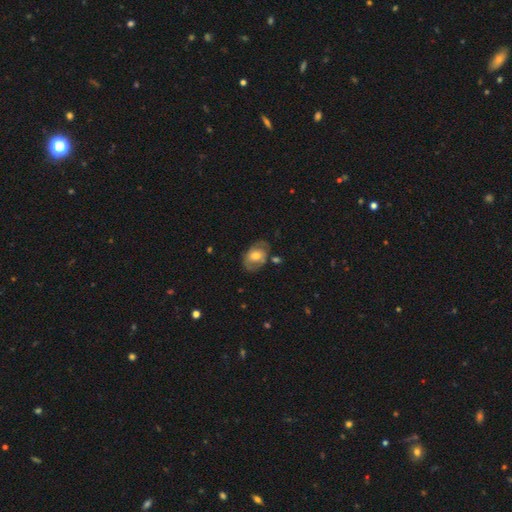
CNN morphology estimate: type=smooth (47%); merging=none (64%).